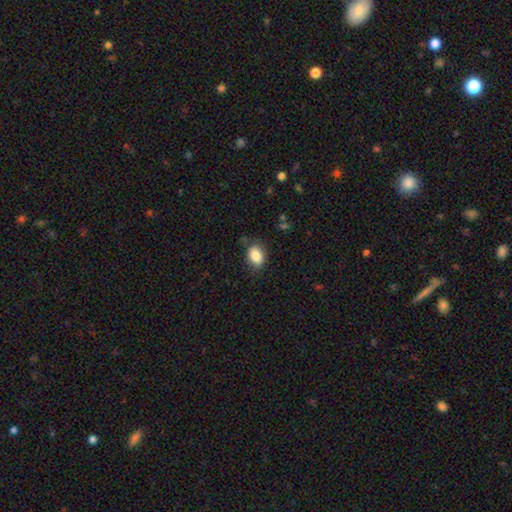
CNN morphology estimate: smooth-or-featured: smooth: 84% | star or artifact: 8% | featured or disk: 8%
  how-rounded: in between: 76% | round: 23% | cigar-shaped: 1%
  merging: none: 77% | minor disturbance: 17% | major disturbance: 4% | merger: 2%